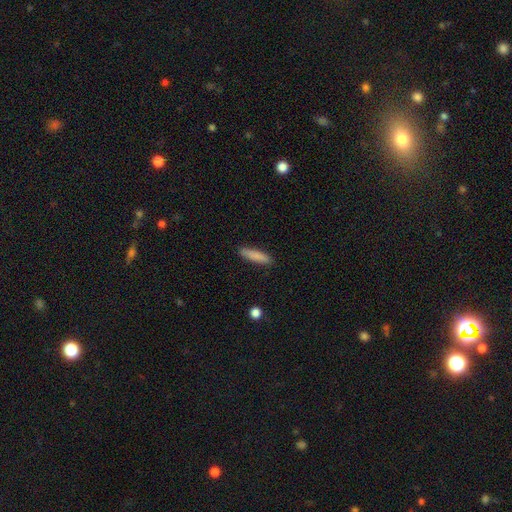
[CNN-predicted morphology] Smooth or featured? smooth (85%)
How rounded? cigar-shaped (79%)
Merging? none (89%)